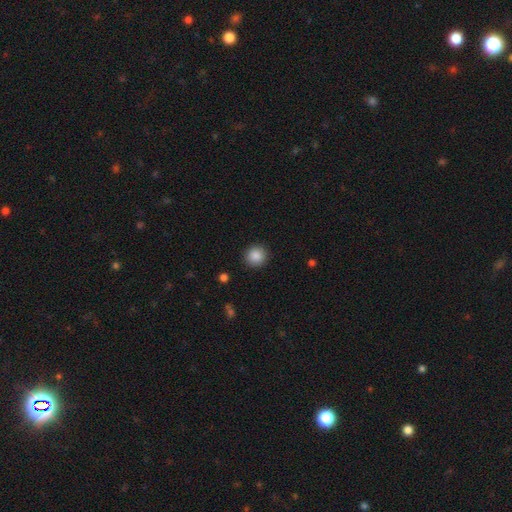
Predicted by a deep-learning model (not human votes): A smooth galaxy with no disk features (88%) that is round (92%). Merging: none (91%).